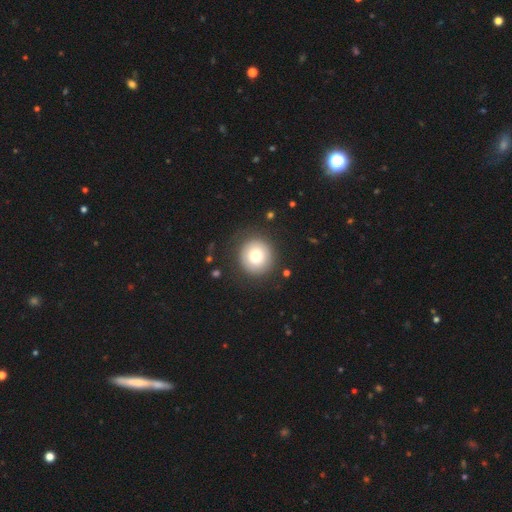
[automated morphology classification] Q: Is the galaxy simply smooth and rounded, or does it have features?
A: smooth — 78%.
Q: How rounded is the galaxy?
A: round — 94%.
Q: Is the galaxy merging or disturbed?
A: none — 86%.